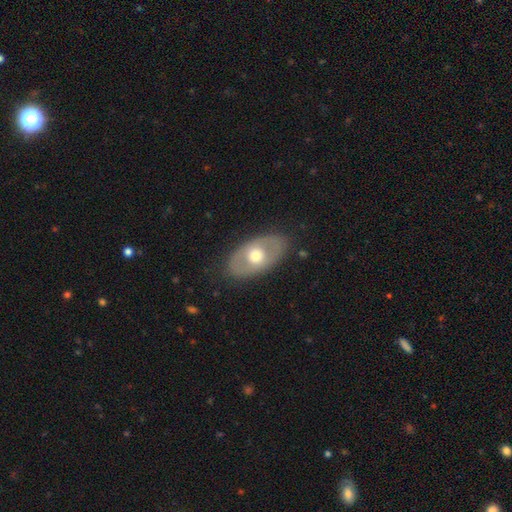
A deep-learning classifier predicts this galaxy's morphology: Overall: smooth (50%; featured or disk 44%). How rounded: in between (88%). Merging: none (83%).